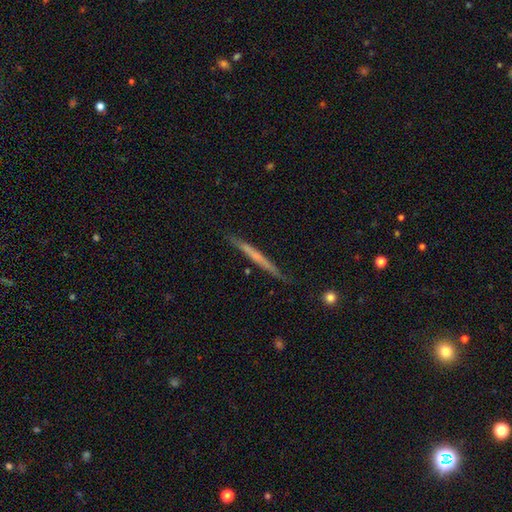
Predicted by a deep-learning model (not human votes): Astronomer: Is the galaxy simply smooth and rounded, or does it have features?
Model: featured or disk — 49% (runner-up: smooth, 46%).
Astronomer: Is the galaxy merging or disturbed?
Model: none — 86%.